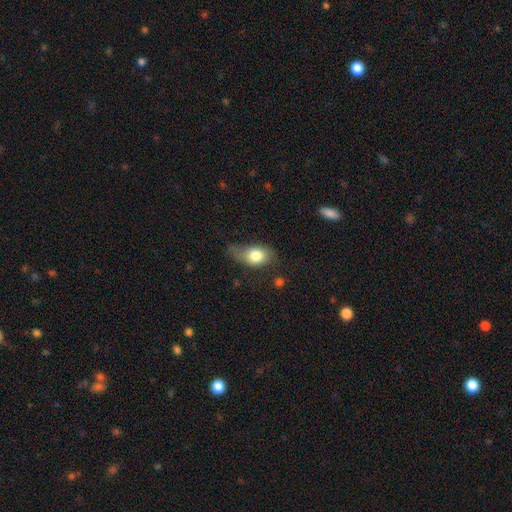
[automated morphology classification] A smooth galaxy with no disk features (76%) that is in between round and cigar-shaped (76%). Merging: none (37%, tied with minor disturbance).